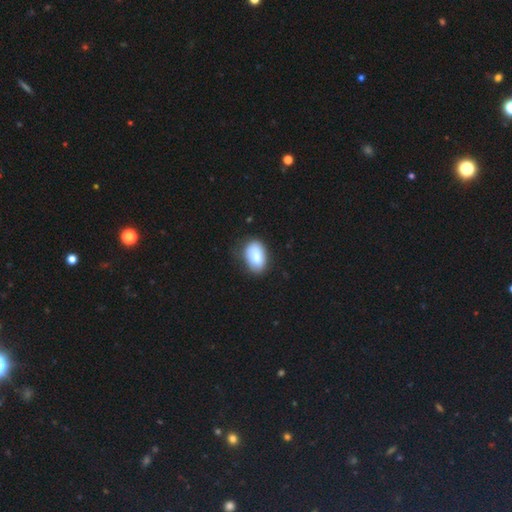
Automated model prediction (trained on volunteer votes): Smooth or featured? Predicted: smooth (p=0.85). How rounded? Predicted: in between (p=0.90). Merging? Predicted: none (p=0.73).